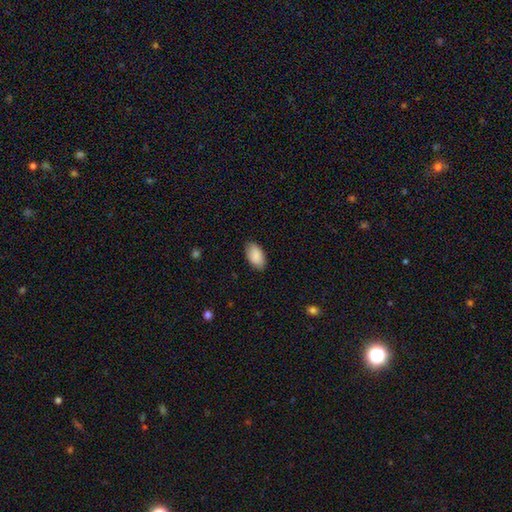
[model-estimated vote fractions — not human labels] Smooth or featured?
  - smooth: 88% *
  - star or artifact: 6%
  - featured or disk: 5%
How rounded?
  - in between: 95% *
  - round: 4%
  - cigar-shaped: 2%
Merging?
  - none: 84% *
  - minor disturbance: 12%
  - major disturbance: 3%
  - merger: 1%